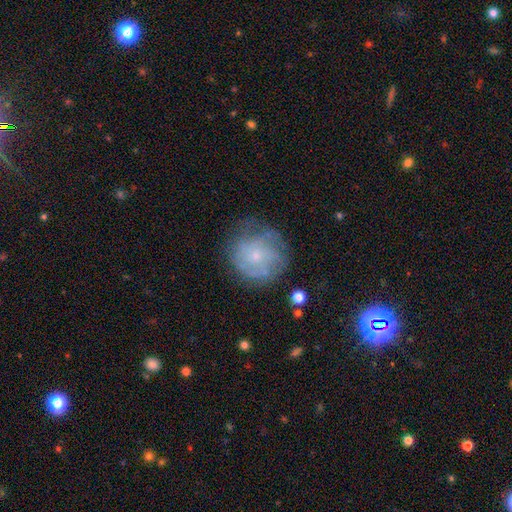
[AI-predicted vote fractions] smooth-or-featured: featured or disk: 58% | smooth: 32% | star or artifact: 10%
  disk-edge-on: no: 97% | yes: 3%
    bar: no: 83% | weak: 15% | strong: 2%
    has-spiral-arms: yes: 75% | no: 25%
    bulge-size: small: 75% | moderate: 18% | none: 4% | large: 1% | dominant: 1%
  merging: none: 66% | minor disturbance: 21% | major disturbance: 10% | merger: 2%